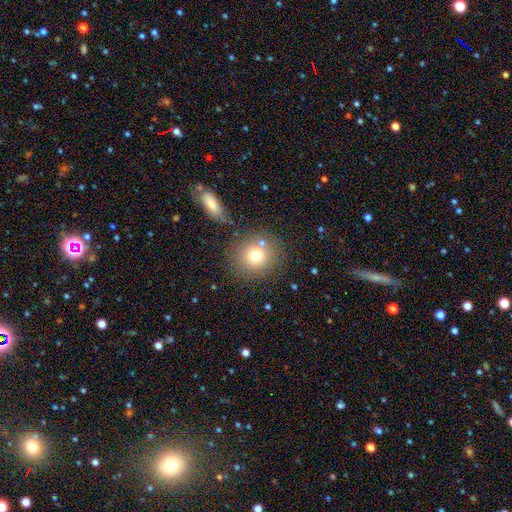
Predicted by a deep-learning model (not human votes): Overall: smooth (74%). How rounded: round (87%). Merging: none (75%).